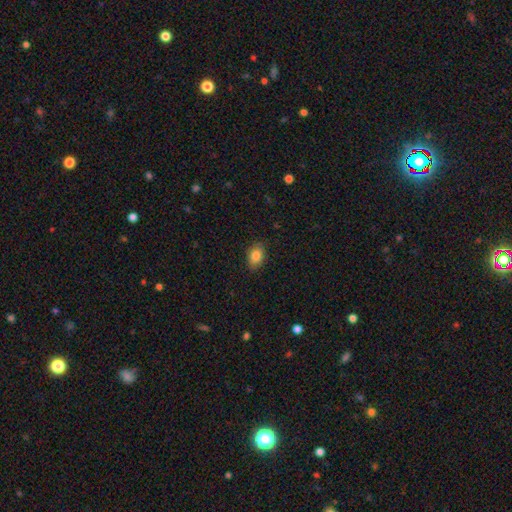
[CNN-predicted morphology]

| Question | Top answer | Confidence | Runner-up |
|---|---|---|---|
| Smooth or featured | smooth | 85% | star or artifact (8%) |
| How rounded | in between | 80% | round (19%) |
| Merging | none | 86% | minor disturbance (10%) |